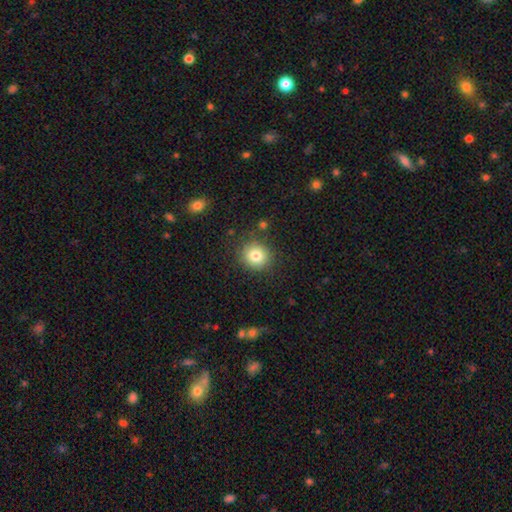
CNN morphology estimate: A smooth galaxy with no disk features (81%) that is round (88%). Merging: none (86%).